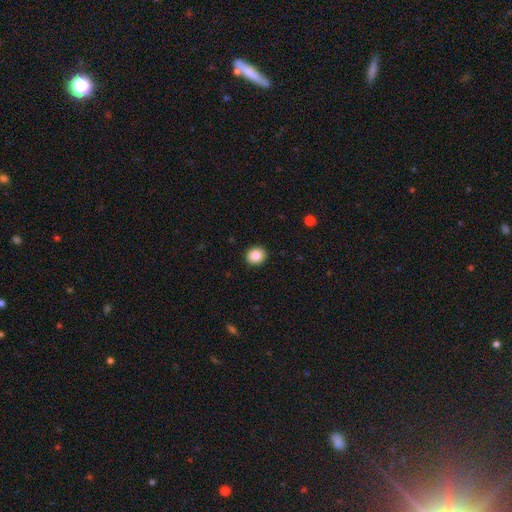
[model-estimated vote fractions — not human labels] Smooth or featured?
  - smooth: 87% *
  - star or artifact: 9%
  - featured or disk: 5%
How rounded?
  - round: 74% *
  - in between: 25%
  - cigar-shaped: 1%
Merging?
  - none: 92% *
  - minor disturbance: 5%
  - major disturbance: 2%
  - merger: 1%